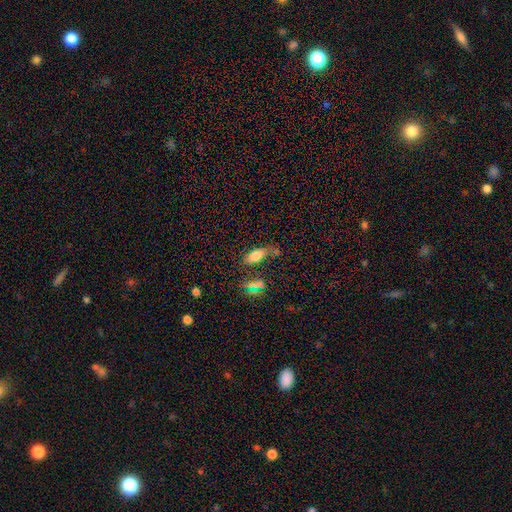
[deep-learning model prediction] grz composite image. It shows a smooth galaxy with no disk features (71%) that is in between round and cigar-shaped (77%). Merging: none (54%).